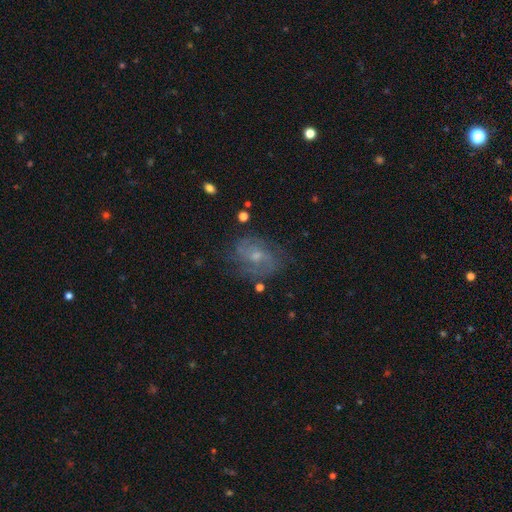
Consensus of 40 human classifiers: A featured or disk galaxy (88%) with a weak bar (53%), 2 (68%) medium (55%) spiral arms (91%) and a moderate central bulge (44%, tied with small).

Vote fractions:
- Smooth or featured? featured or disk: 88% / smooth: 10% / star or artifact: 2%
- Edge-on disk? no: 97% / yes: 3%
- Bar? weak: 53% / no: 47% / strong: 0%
- Spiral arms? yes: 91% / no: 9%
- Spiral winding? medium: 55% / loose: 29% / tight: 16%
- Spiral arm count? 2: 68% / can't tell: 23% / 3: 10% / 1: 0% / 4: 0% / more than 4: 0%
- Bulge size? moderate: 44% (tied) / small: 44% (tied) / none: 9% / large: 3% / dominant: 0%
- Merging? none: 67% / minor disturbance: 28% / major disturbance: 5% / merger: 0%